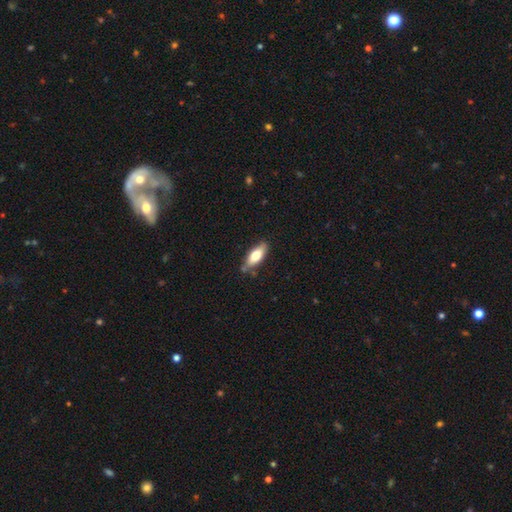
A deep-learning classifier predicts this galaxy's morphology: Q: Smooth or featured?
A: smooth (68%); runner-up: featured or disk (26%)
Q: How rounded?
A: in between (69%); runner-up: cigar-shaped (28%)
Q: Merging?
A: none (76%); runner-up: minor disturbance (17%)